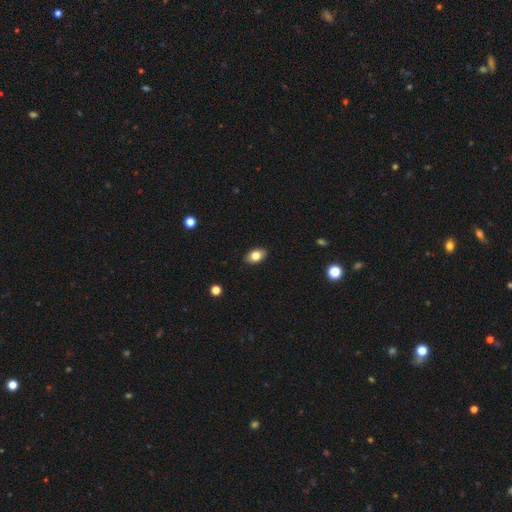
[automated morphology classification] A smooth galaxy with no disk features (81%) that is in between round and cigar-shaped (87%).

Vote fractions:
- Smooth or featured? smooth: 81% / featured or disk: 11% / star or artifact: 8%
- How rounded? in between: 87% / round: 11% / cigar-shaped: 1%
- Merging? none: 88% / minor disturbance: 9% / major disturbance: 2% / merger: 1%